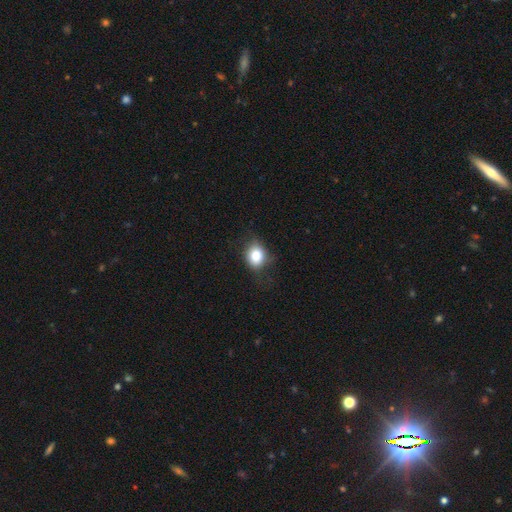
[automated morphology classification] A smooth galaxy with no disk features (80%) that is round (54%). Merging: none (69%).